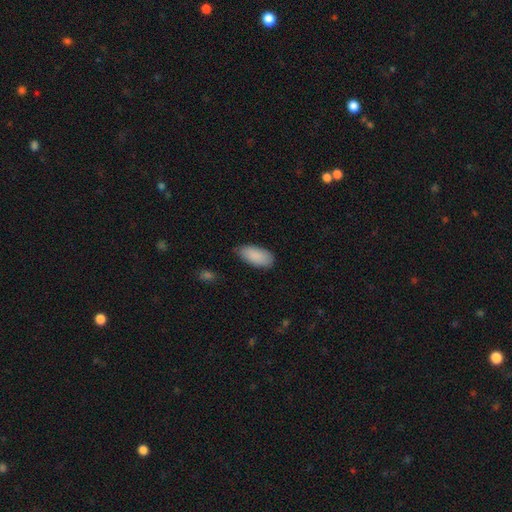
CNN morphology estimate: smooth_or_featured: smooth (p=0.90) [alt: star or artifact p=0.06]
how_rounded: in between (p=0.92) [alt: cigar-shaped p=0.06]
merging: none (p=0.75) [alt: minor disturbance p=0.20]